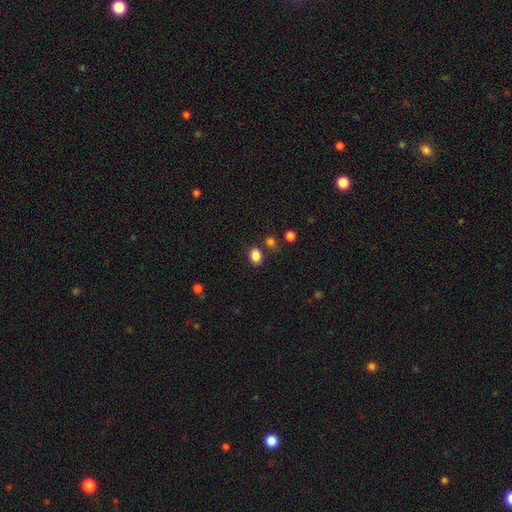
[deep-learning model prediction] Smooth or featured? smooth (86%)
How rounded? in between (70%)
Merging? none (77%)